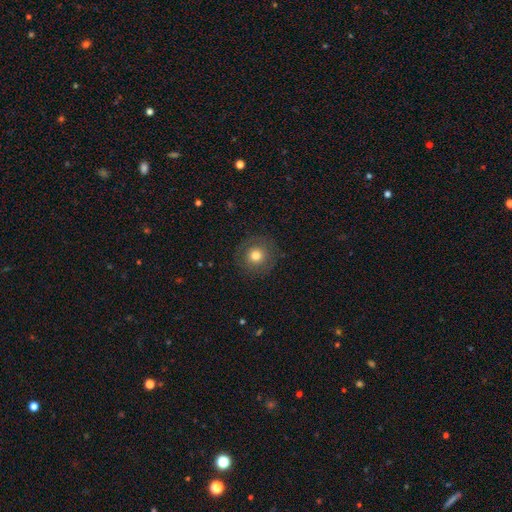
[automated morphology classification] Overall: smooth (71%). How rounded: round (94%). Merging: none (85%).